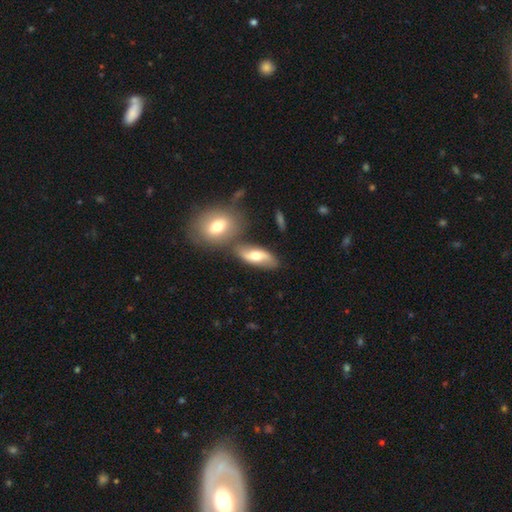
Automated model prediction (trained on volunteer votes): A featured or disk galaxy (50%). Merging: none (66%).